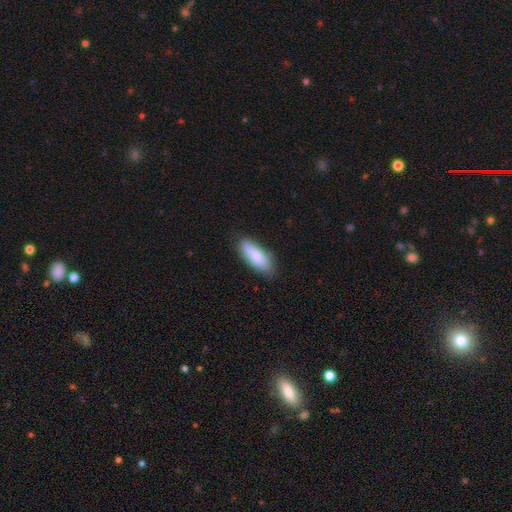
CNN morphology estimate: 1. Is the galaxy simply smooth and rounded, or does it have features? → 81% smooth, 13% featured or disk, 6% star or artifact.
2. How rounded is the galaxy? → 67% in between, 31% cigar-shaped, 2% round.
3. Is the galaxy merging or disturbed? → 75% none, 19% minor disturbance, 4% major disturbance, 2% merger.